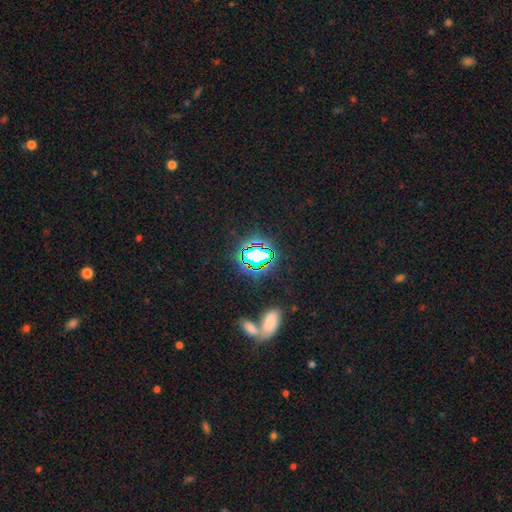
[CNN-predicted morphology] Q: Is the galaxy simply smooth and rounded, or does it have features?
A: star or artifact — 66%.